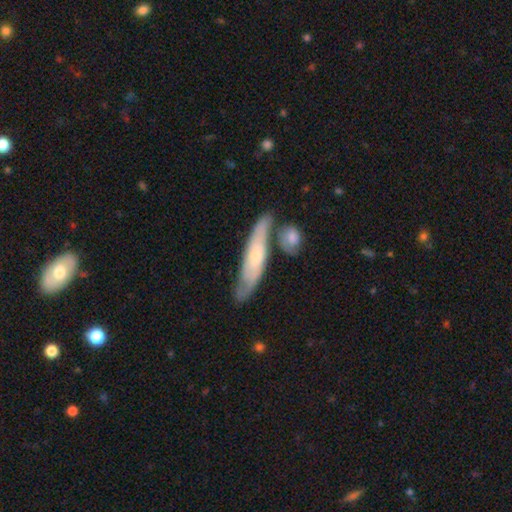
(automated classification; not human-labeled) Smooth or featured? featured or disk (53%)
Edge-on disk? no (53%)
Merging? none (59%)